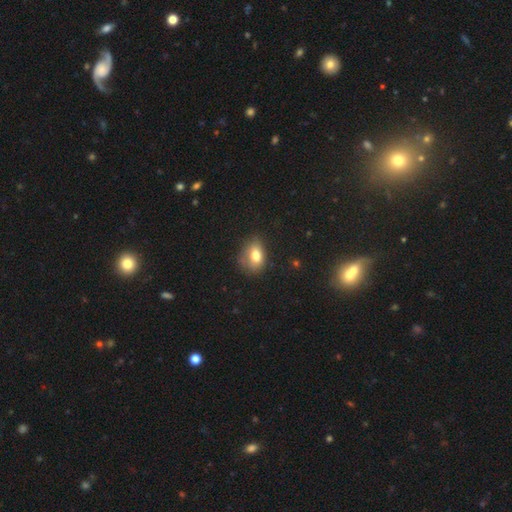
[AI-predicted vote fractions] smooth_or_featured: smooth (p=0.77) [alt: featured or disk p=0.13]
how_rounded: in between (p=0.73) [alt: round p=0.26]
merging: none (p=0.55) [alt: minor disturbance p=0.31]